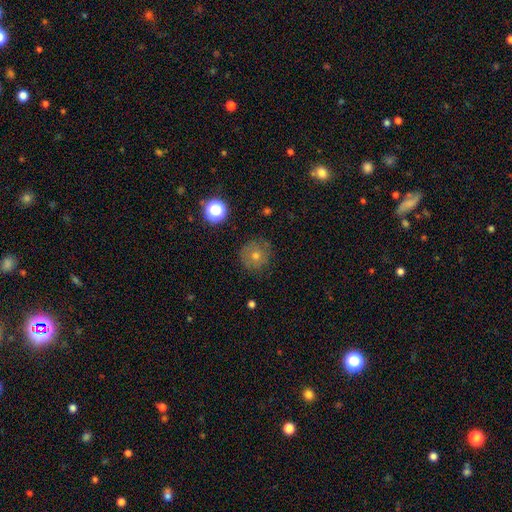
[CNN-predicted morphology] Smooth or featured?
  - smooth: 55% *
  - featured or disk: 26%
  - star or artifact: 19%
How rounded?
  - round: 94% *
  - in between: 5%
  - cigar-shaped: 1%
Merging?
  - none: 85% *
  - minor disturbance: 11%
  - major disturbance: 3%
  - merger: 1%